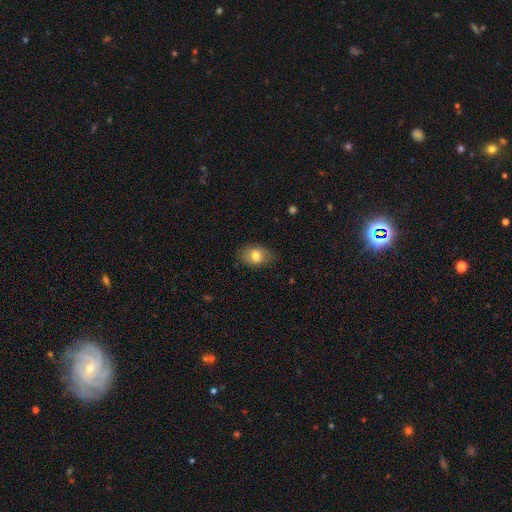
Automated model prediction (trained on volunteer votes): A smooth galaxy with no disk features (76%) that is in between round and cigar-shaped (74%).

Vote fractions:
- Smooth or featured? smooth: 76% / featured or disk: 15% / star or artifact: 9%
- How rounded? in between: 74% / round: 24% / cigar-shaped: 1%
- Merging? none: 76% / minor disturbance: 19% / major disturbance: 4% / merger: 1%